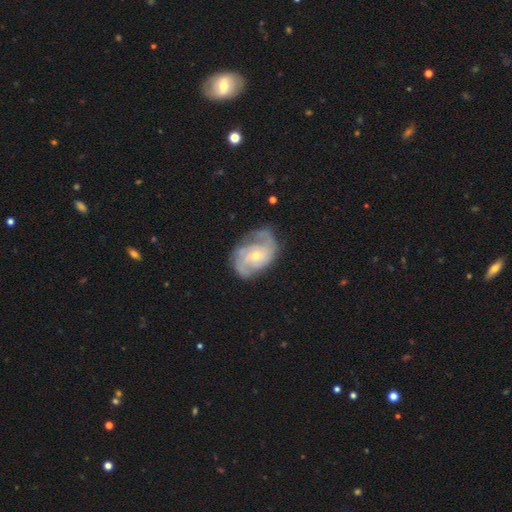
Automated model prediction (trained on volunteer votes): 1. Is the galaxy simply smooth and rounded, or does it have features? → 82% featured or disk, 12% smooth, 6% star or artifact.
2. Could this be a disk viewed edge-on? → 97% no, 3% yes.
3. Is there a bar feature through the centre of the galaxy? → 69% no, 25% weak, 5% strong.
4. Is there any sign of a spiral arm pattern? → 93% yes, 7% no.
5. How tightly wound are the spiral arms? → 44% tight, 41% medium, 14% loose.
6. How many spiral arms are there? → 47% 2, 21% can't tell, 19% 3, 5% 1, 5% 4, 3% more than 4.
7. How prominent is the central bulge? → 58% small, 39% moderate, 1% large, 1% none, 1% dominant.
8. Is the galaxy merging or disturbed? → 61% none, 25% minor disturbance, 12% major disturbance, 2% merger.